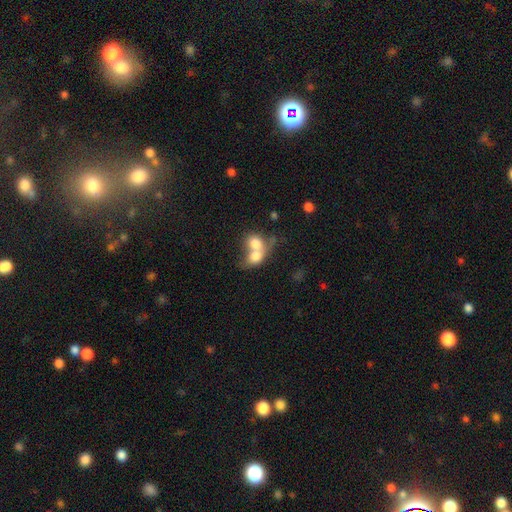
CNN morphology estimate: A smooth galaxy with no disk features (72%) that is in between round and cigar-shaped (51%). Merging: merger (78%).